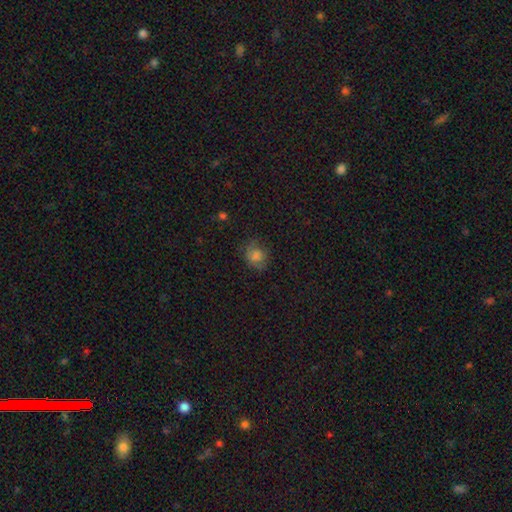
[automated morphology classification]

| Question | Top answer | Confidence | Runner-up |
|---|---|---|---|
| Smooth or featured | smooth | 71% | star or artifact (16%) |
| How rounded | round | 68% | in between (31%) |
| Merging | none | 67% | minor disturbance (22%) |